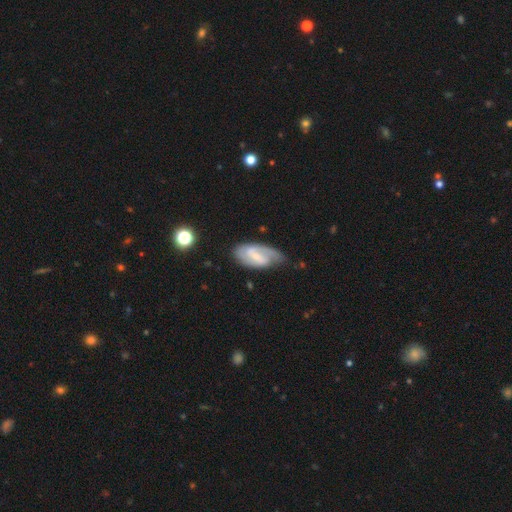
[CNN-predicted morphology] smooth_or_featured: featured or disk (p=0.74) [alt: smooth p=0.21]
disk_edge_on: no (p=0.96) [alt: yes p=0.04]
bar: weak (p=0.51) [alt: strong p=0.30]
has_spiral_arms: yes (p=0.91) [alt: no p=0.09]
spiral_winding: medium (p=0.45) [alt: tight p=0.33]
spiral_arm_count: 2 (p=0.71) [alt: can't tell p=0.13]
bulge_size: small (p=0.63) [alt: moderate p=0.27]
merging: none (p=0.61) [alt: minor disturbance p=0.27]